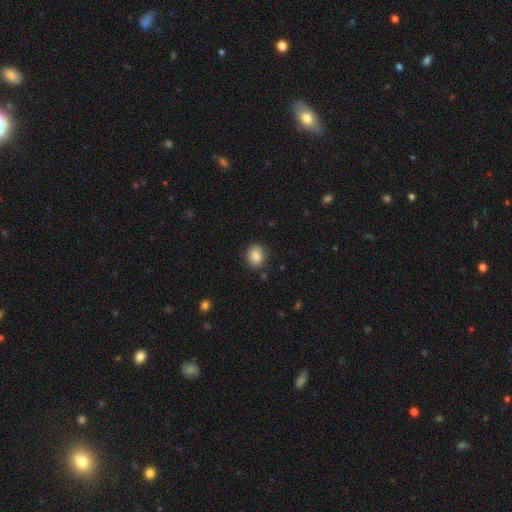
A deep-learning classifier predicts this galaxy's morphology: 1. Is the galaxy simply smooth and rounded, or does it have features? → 84% smooth, 9% star or artifact, 7% featured or disk.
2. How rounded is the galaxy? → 68% round, 31% in between, 1% cigar-shaped.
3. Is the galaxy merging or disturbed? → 87% none, 9% minor disturbance, 2% major disturbance, 2% merger.